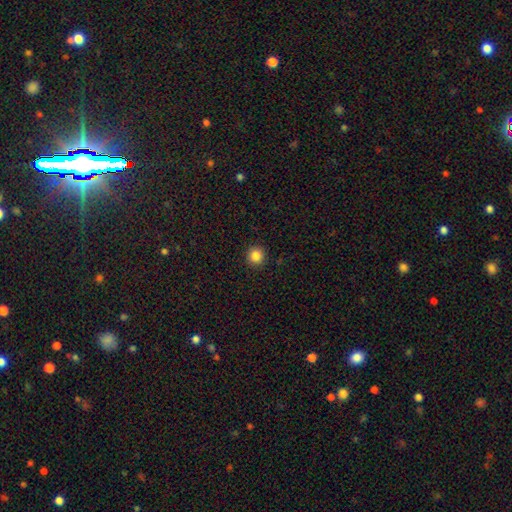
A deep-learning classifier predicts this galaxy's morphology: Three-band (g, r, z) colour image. It shows a smooth galaxy with no disk features (85%) that is round (94%). Merging: none (93%).